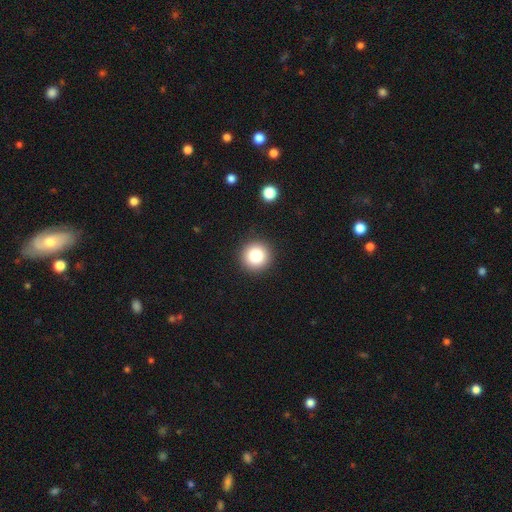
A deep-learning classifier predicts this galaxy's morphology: A smooth galaxy with no disk features (81%) that is round (95%).

Vote fractions:
- Smooth or featured? smooth: 81% / star or artifact: 10% / featured or disk: 8%
- How rounded? round: 95% / in between: 4% / cigar-shaped: 1%
- Merging? none: 92% / minor disturbance: 5% / major disturbance: 2% / merger: 1%